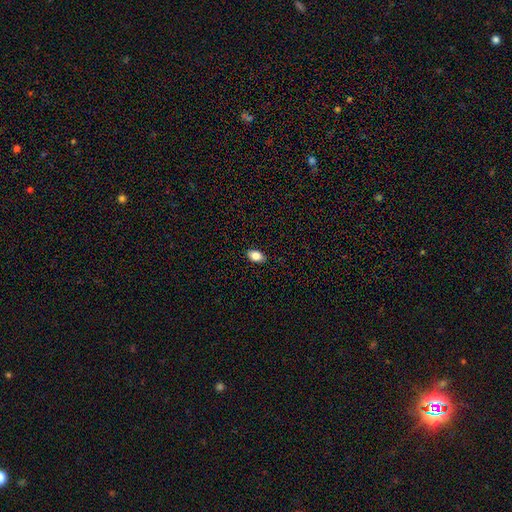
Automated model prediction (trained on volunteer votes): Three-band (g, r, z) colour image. It shows a smooth galaxy with no disk features (86%) that is in between round and cigar-shaped (86%). Merging: none (88%).